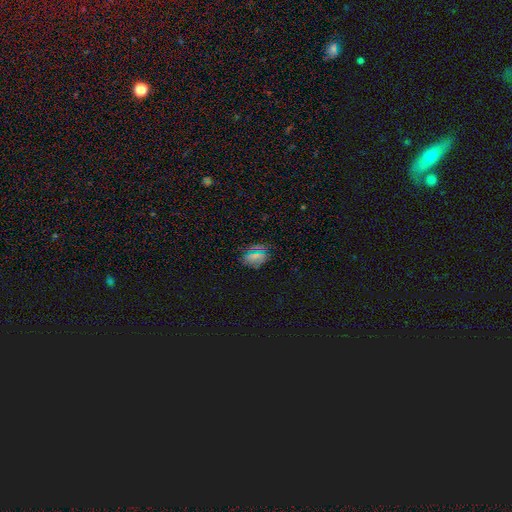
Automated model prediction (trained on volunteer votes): Smooth or featured: smooth — 60% (star or artifact — 27%)
How rounded: in between — 68% (round — 29%)
Merging: none — 77% (minor disturbance — 16%)